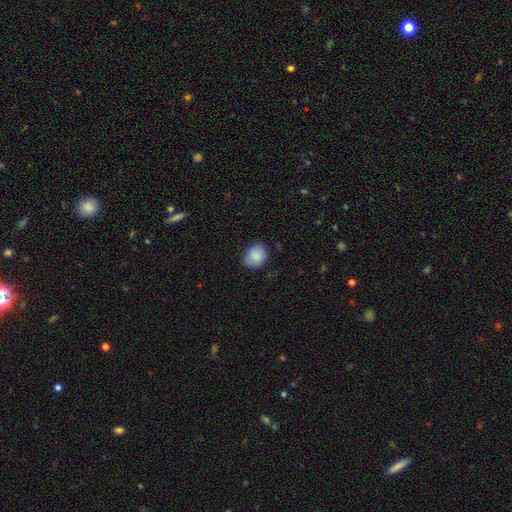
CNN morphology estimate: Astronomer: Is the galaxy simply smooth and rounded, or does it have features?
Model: smooth — 86%.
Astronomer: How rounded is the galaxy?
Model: round — 55% (runner-up: in between, 44%).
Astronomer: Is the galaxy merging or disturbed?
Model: none — 73%.